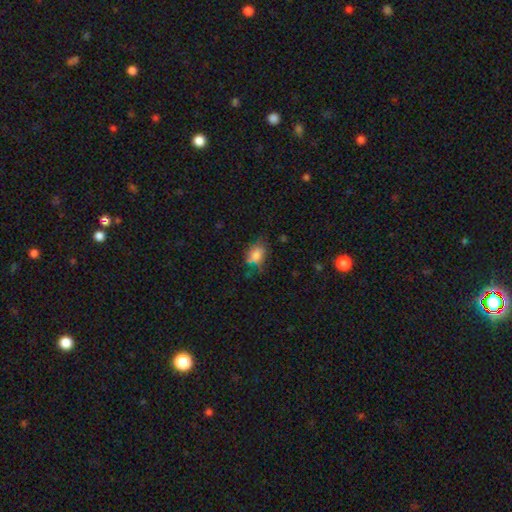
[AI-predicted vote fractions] smooth_or_featured: smooth (p=0.77) [alt: featured or disk p=0.13]
how_rounded: in between (p=0.73) [alt: round p=0.25]
merging: none (p=0.57) [alt: minor disturbance p=0.28]